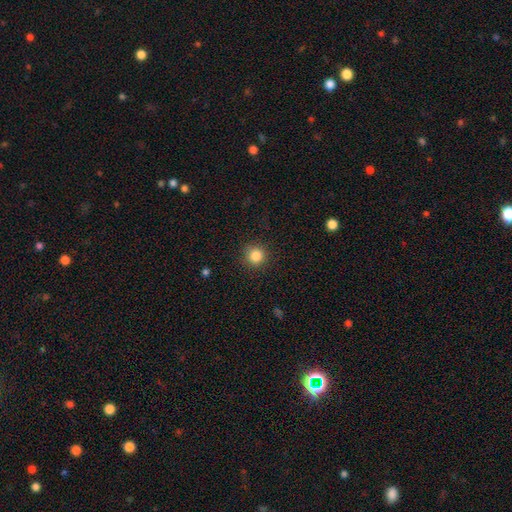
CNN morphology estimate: smooth_or_featured: smooth (p=0.85) [alt: star or artifact p=0.11]
how_rounded: round (p=0.94) [alt: in between p=0.05]
merging: none (p=0.90) [alt: minor disturbance p=0.07]